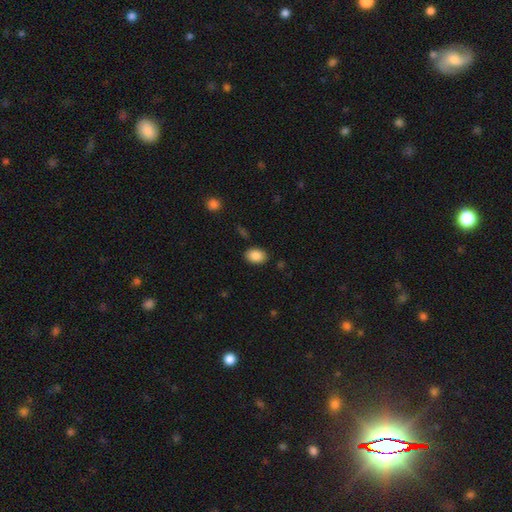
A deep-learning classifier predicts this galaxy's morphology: The model was most divided on "how rounded": in between: 76%, round: 23%, cigar-shaped: 1%. More confident: smooth or featured — smooth (88%); merging — none (86%).